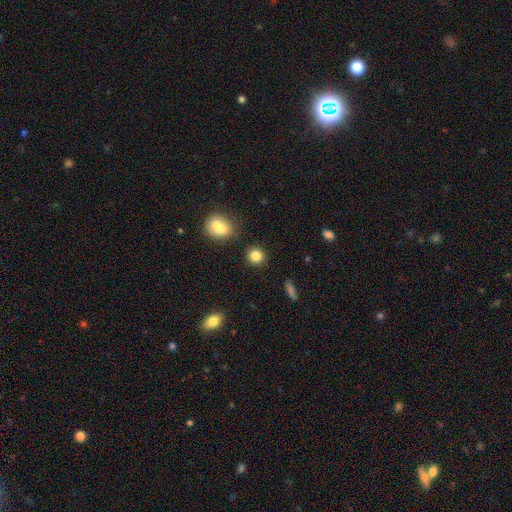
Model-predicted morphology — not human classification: smooth 84%, star or artifact 11%, featured or disk 5%. Down the decision tree: how rounded — round (87%); merging — none (86%).